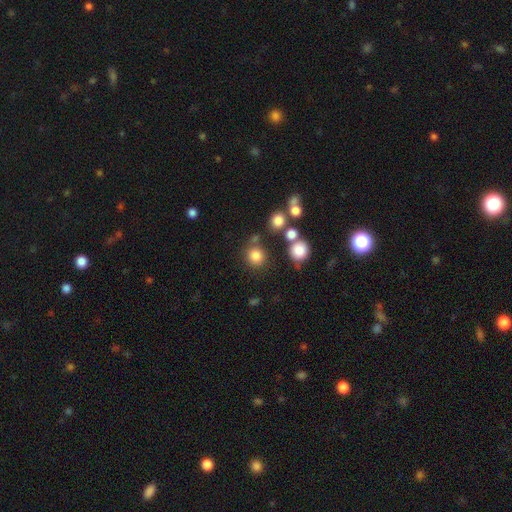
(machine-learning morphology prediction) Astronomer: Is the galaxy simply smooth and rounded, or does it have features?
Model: smooth — 80%.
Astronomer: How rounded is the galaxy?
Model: round — 88%.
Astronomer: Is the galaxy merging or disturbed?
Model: none — 76%.